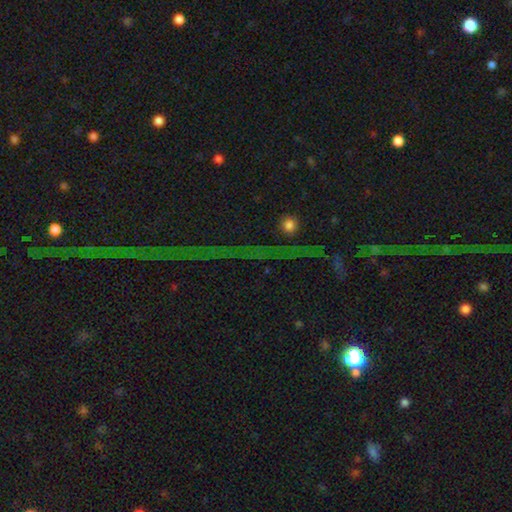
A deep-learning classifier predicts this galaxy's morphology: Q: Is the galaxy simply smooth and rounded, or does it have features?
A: star or artifact — 76%.